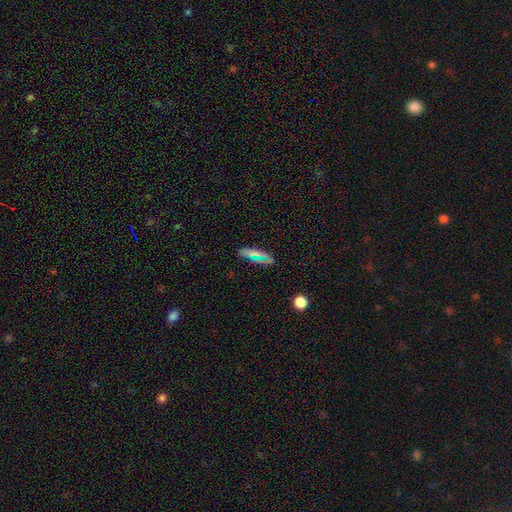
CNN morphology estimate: Smooth or featured: smooth — 65% (featured or disk — 18%)
How rounded: in between — 50% (cigar-shaped — 44%)
Merging: none — 83% (minor disturbance — 12%)